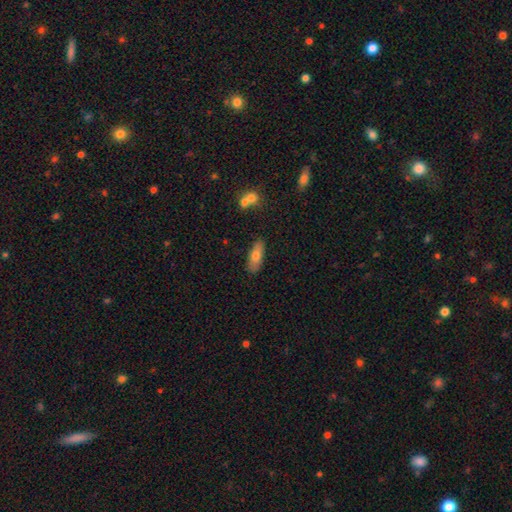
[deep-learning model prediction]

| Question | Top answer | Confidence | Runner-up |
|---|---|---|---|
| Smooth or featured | smooth | 72% | featured or disk (21%) |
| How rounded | in between | 62% | cigar-shaped (35%) |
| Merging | none | 81% | minor disturbance (13%) |